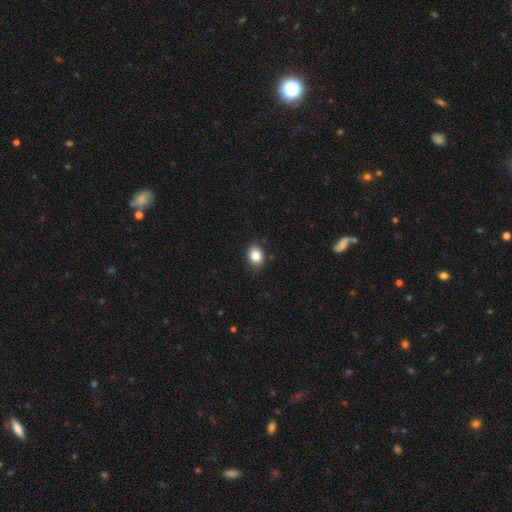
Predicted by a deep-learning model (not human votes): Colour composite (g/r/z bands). It shows a smooth galaxy with no disk features (84%) that is in between round and cigar-shaped (57%). Merging: none (84%).